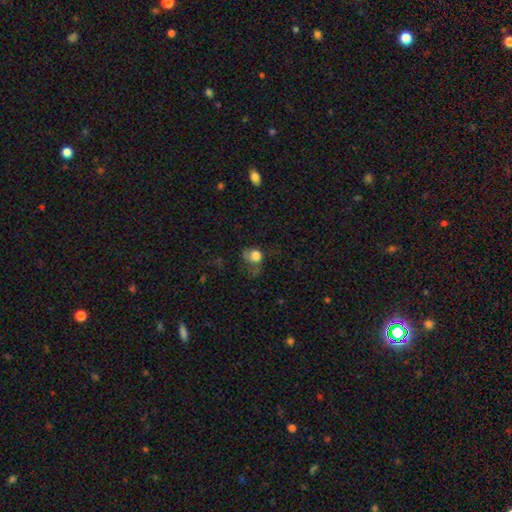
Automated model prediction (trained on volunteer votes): Q: Smooth or featured?
A: smooth (74%); runner-up: featured or disk (14%)
Q: How rounded?
A: round (65%); runner-up: in between (34%)
Q: Merging?
A: major disturbance (42%); runner-up: none (29%)